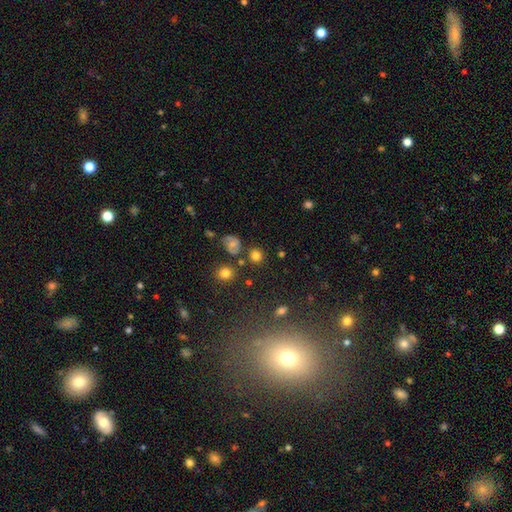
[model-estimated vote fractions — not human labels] Q: Smooth or featured?
A: smooth (79%); runner-up: star or artifact (13%)
Q: How rounded?
A: round (87%); runner-up: in between (12%)
Q: Merging?
A: none (79%); runner-up: minor disturbance (10%)